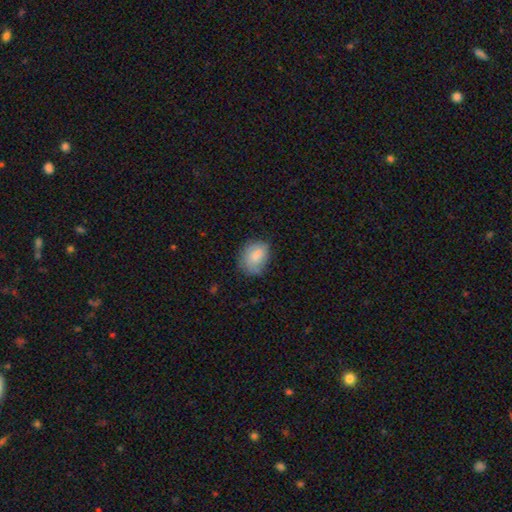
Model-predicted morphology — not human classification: type=smooth (81%); roundness=in between (67%); merging=none (61%).